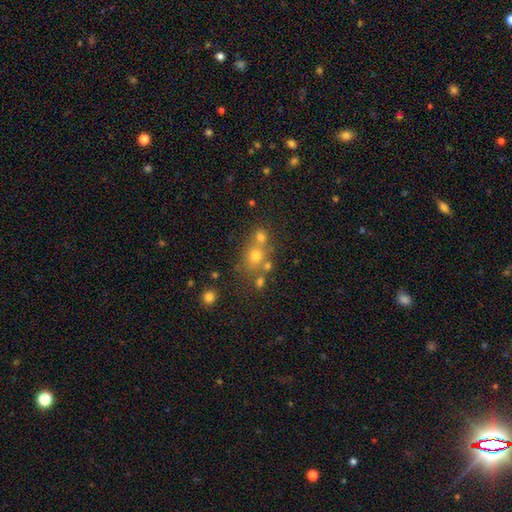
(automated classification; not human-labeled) This is likely a smooth galaxy (62%). How rounded: likely round (74%). Merging: possibly none (47%).